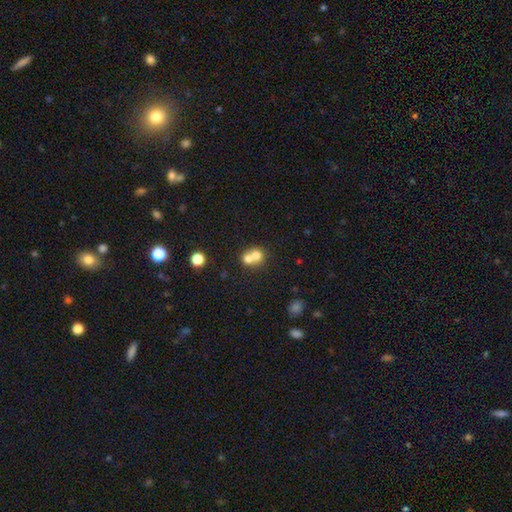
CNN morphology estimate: This is likely a smooth galaxy (70%). How rounded: likely round (77%). Merging: likely merger (66%).